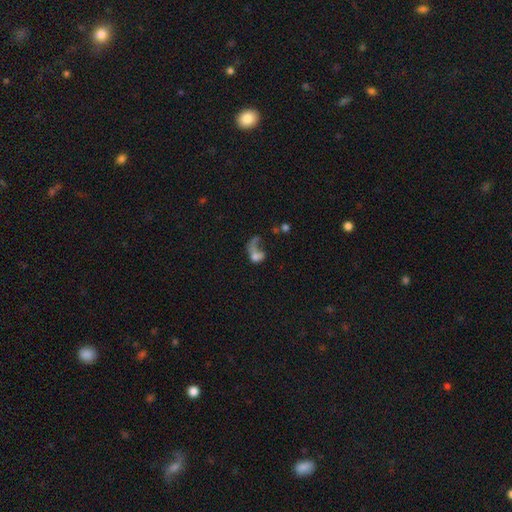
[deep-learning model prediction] Smooth or featured? Predicted: smooth (p=0.48). Merging? Predicted: major disturbance (p=0.47).